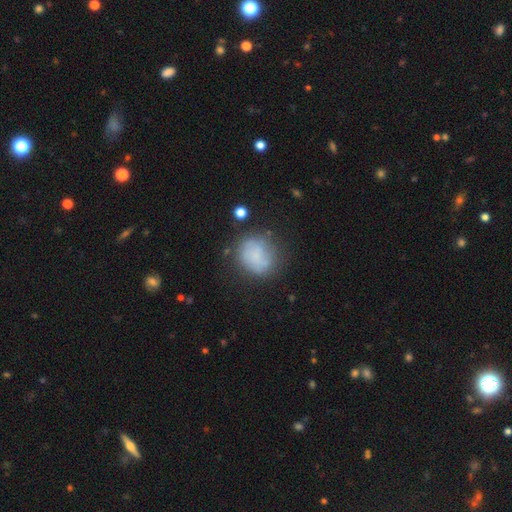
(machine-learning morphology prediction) smooth-or-featured: smooth: 63% | featured or disk: 27% | star or artifact: 10%
  how-rounded: round: 68% | in between: 31% | cigar-shaped: 1%
  merging: none: 58% | minor disturbance: 24% | major disturbance: 13% | merger: 5%